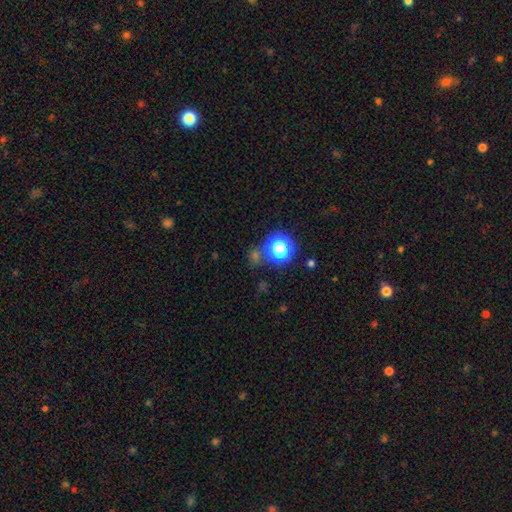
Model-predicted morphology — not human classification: Smooth or featured? smooth (48%)
Merging? none (73%)